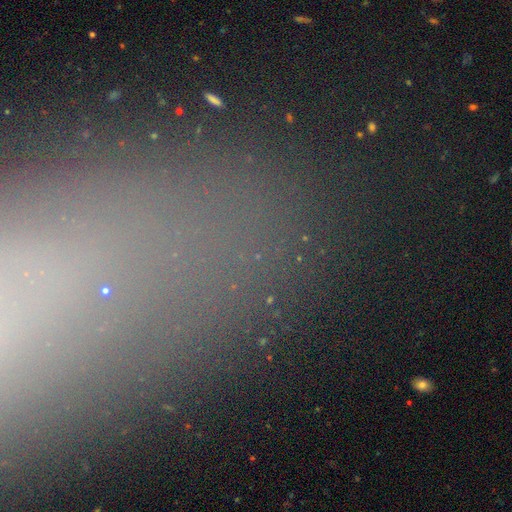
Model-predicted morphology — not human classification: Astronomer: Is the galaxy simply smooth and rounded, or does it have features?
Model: star or artifact — 72%.